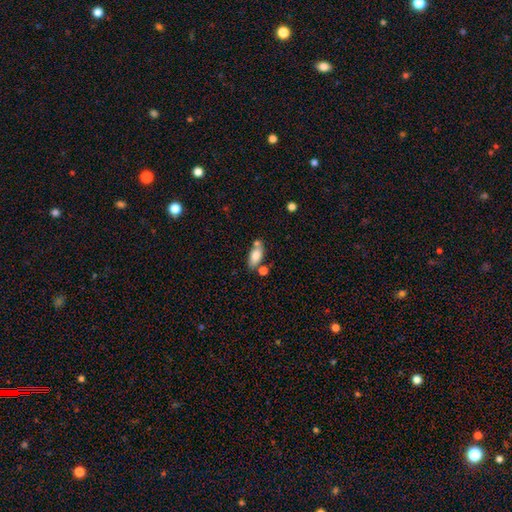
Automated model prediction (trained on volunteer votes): Overall: smooth (79%). How rounded: in between (85%). Merging: none (62%).